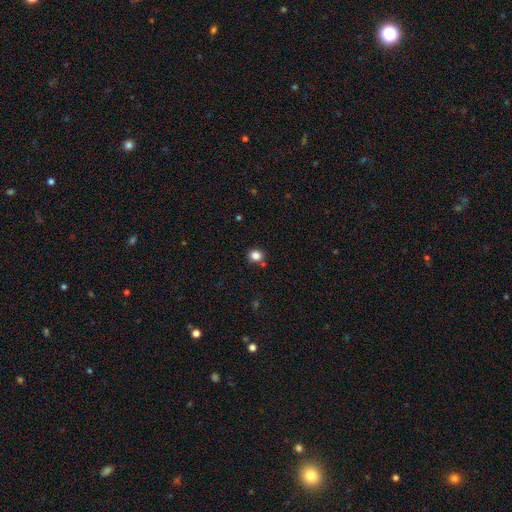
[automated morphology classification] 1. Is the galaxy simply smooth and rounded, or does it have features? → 84% smooth, 12% star or artifact, 5% featured or disk.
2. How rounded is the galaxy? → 72% round, 27% in between, 1% cigar-shaped.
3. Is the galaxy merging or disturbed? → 78% none, 11% minor disturbance, 7% merger, 3% major disturbance.